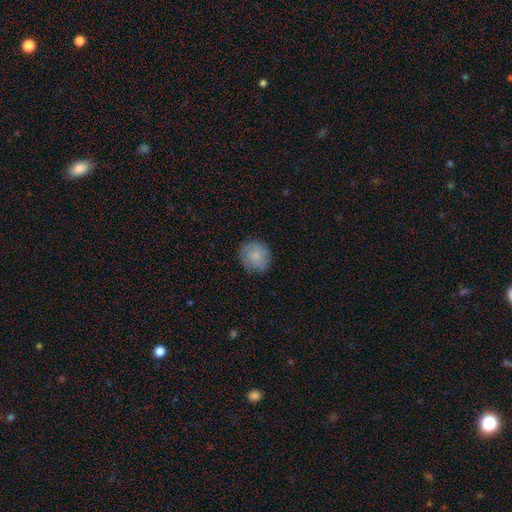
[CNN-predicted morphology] This appears to be a smooth galaxy with no disk features (79%) that is round (84%). Merging: none (82%).